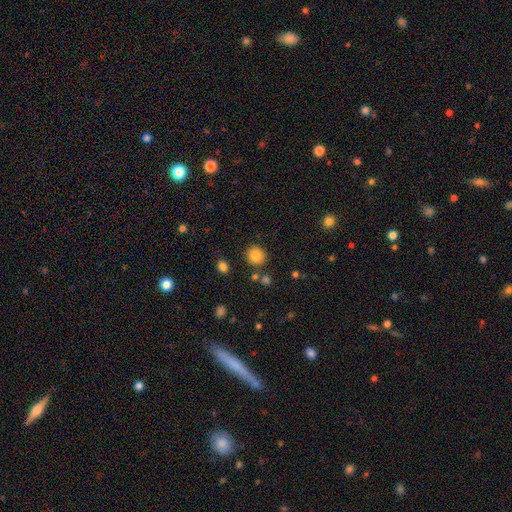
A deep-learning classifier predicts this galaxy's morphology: Smooth or featured: smooth — 84% (star or artifact — 11%)
How rounded: round — 89% (in between — 11%)
Merging: none — 83% (minor disturbance — 9%)